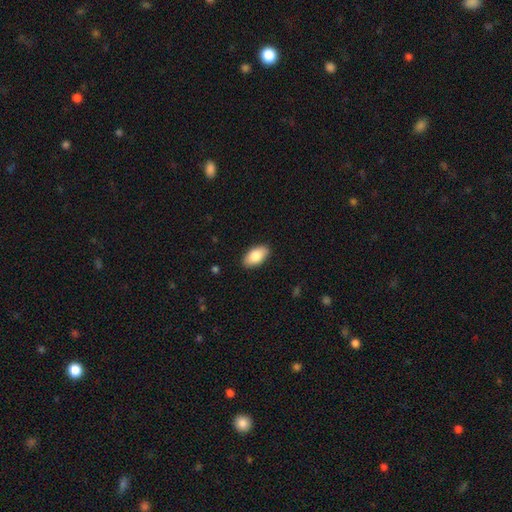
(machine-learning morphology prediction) smooth_or_featured: smooth (p=0.83) [alt: featured or disk p=0.11]
how_rounded: in between (p=0.94) [alt: round p=0.03]
merging: none (p=0.89) [alt: minor disturbance p=0.08]